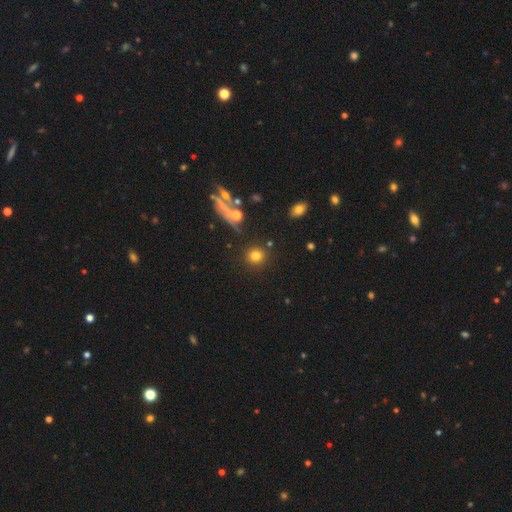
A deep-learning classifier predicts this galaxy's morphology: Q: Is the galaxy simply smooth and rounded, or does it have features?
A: smooth — 74%.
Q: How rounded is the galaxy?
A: round — 90%.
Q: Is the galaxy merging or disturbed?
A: none — 86%.